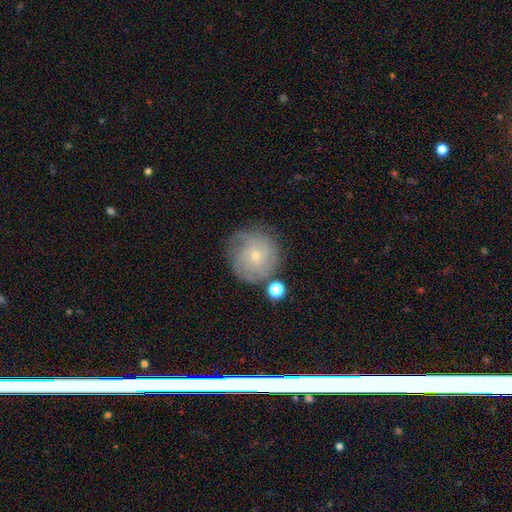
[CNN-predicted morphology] smooth_or_featured: featured or disk (p=0.59) [alt: smooth p=0.32]
disk_edge_on: no (p=0.97) [alt: yes p=0.03]
bar: no (p=0.81) [alt: weak p=0.17]
has_spiral_arms: yes (p=0.83) [alt: no p=0.17]
bulge_size: small (p=0.77) [alt: moderate p=0.19]
merging: none (p=0.69) [alt: minor disturbance p=0.18]